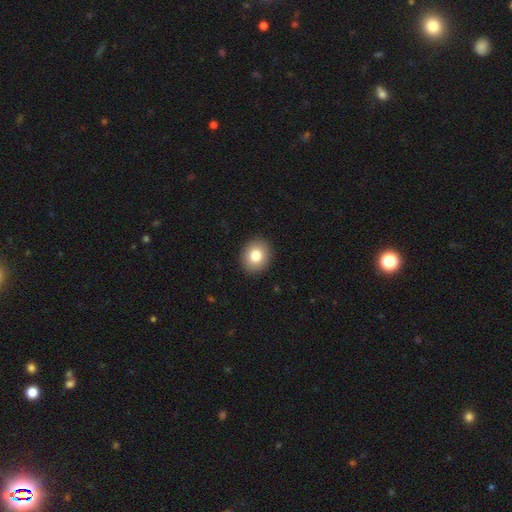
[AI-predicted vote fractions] Q: Smooth or featured?
A: smooth (81%); runner-up: featured or disk (10%)
Q: How rounded?
A: round (71%); runner-up: in between (29%)
Q: Merging?
A: none (91%); runner-up: minor disturbance (6%)